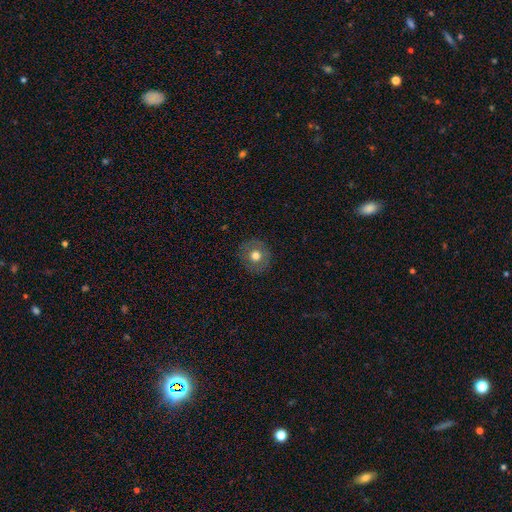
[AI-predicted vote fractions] smooth-or-featured: smooth: 67% | featured or disk: 23% | star or artifact: 10%
  how-rounded: round: 91% | in between: 8% | cigar-shaped: 1%
  merging: none: 89% | minor disturbance: 8% | major disturbance: 3% | merger: 1%